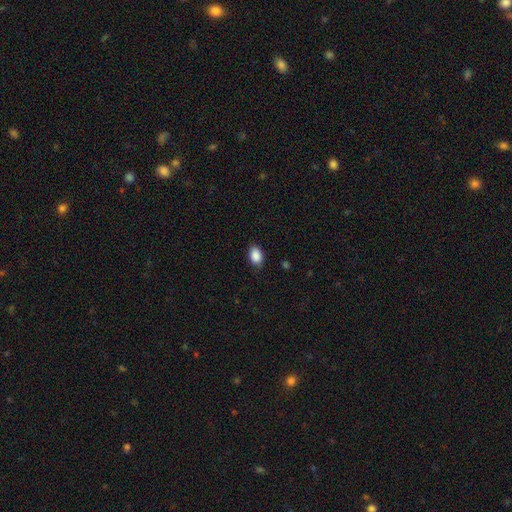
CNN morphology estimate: smooth 89%, star or artifact 8%, featured or disk 3%. Down the decision tree: how rounded — in between (83%); merging — none (83%).